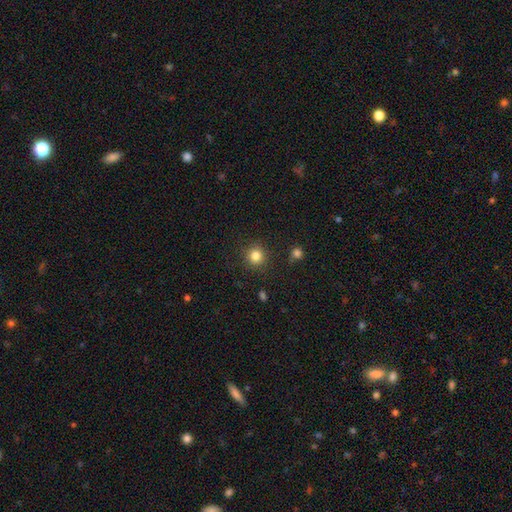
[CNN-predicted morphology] smooth-or-featured: smooth: 82% | star or artifact: 12% | featured or disk: 5%
  how-rounded: round: 93% | in between: 6% | cigar-shaped: 1%
  merging: none: 89% | minor disturbance: 7% | major disturbance: 3% | merger: 2%